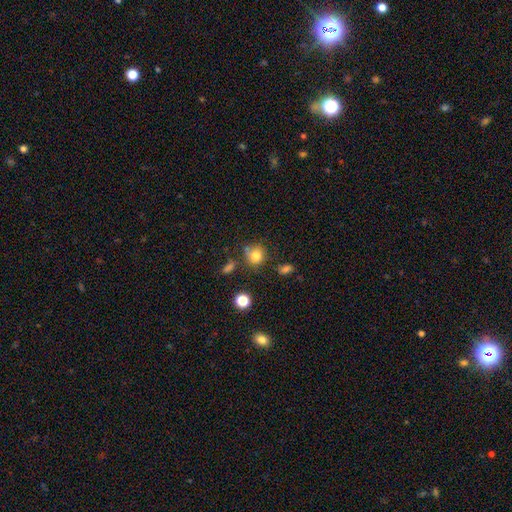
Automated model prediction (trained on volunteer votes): A smooth galaxy with no disk features (78%) that is round (81%).

Vote fractions:
- Smooth or featured? smooth: 78% / star or artifact: 13% / featured or disk: 9%
- How rounded? round: 81% / in between: 18% / cigar-shaped: 1%
- Merging? none: 66% / minor disturbance: 18% / merger: 10% / major disturbance: 6%